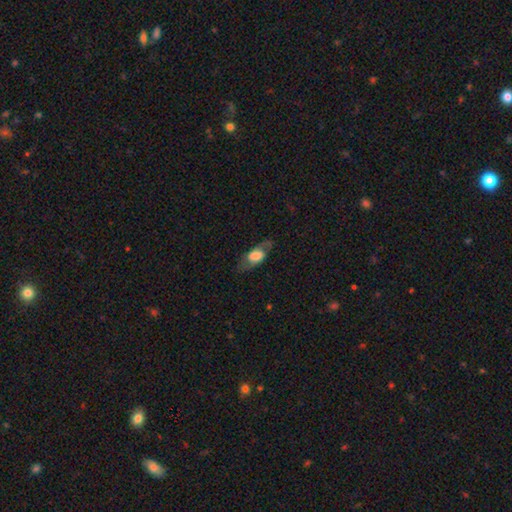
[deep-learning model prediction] smooth-or-featured: featured or disk: 47% | smooth: 45% | star or artifact: 7%
  merging: none: 73% | minor disturbance: 17% | major disturbance: 9% | merger: 1%